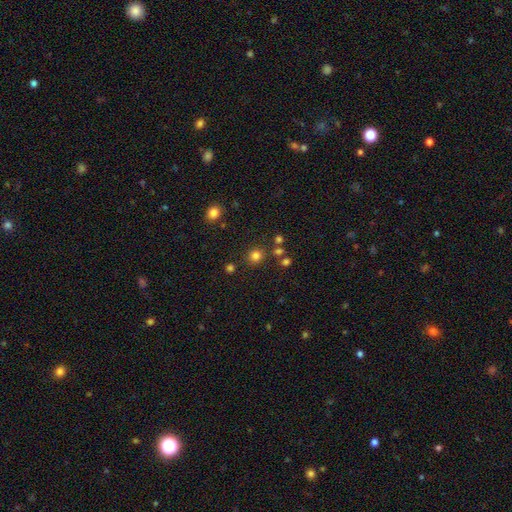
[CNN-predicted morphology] smooth 79%, star or artifact 16%, featured or disk 5%. Down the decision tree: how rounded — round (90%); merging — none (84%).